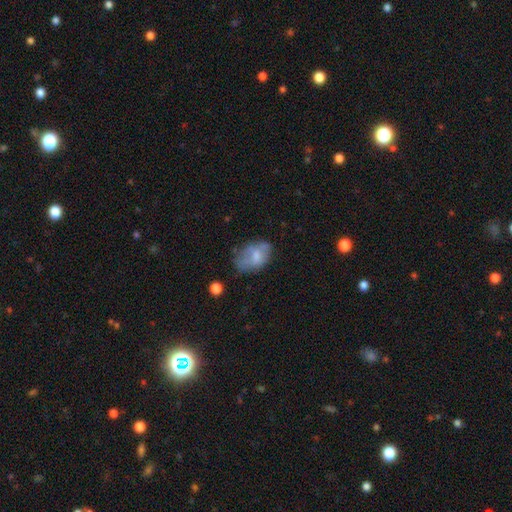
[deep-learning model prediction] Smooth or featured: smooth — 63% (featured or disk — 29%)
How rounded: in between — 86% (round — 12%)
Merging: none — 46% (minor disturbance — 33%)